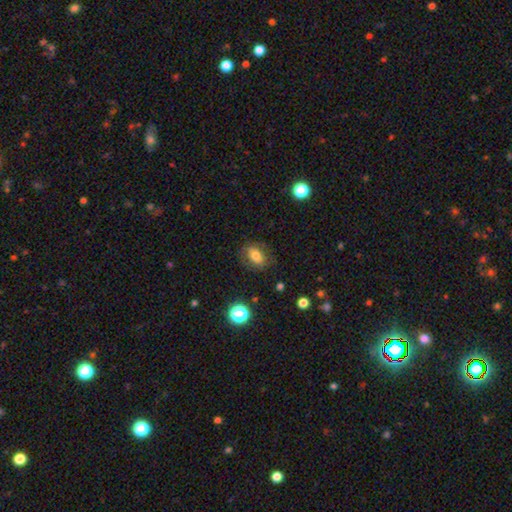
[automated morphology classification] smooth 72%, featured or disk 17%, star or artifact 10%. Down the decision tree: how rounded — in between (76%); merging — none (78%).